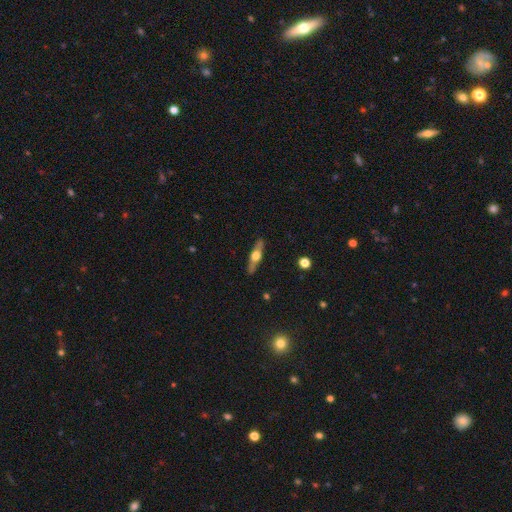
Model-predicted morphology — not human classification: smooth-or-featured: featured or disk: 65% | smooth: 29% | star or artifact: 6%
  disk-edge-on: yes: 94% | no: 6%
    edge-on-bulge: rounded: 94% | boxy: 4% | none: 2%
  merging: none: 89% | minor disturbance: 8% | major disturbance: 2% | merger: 1%